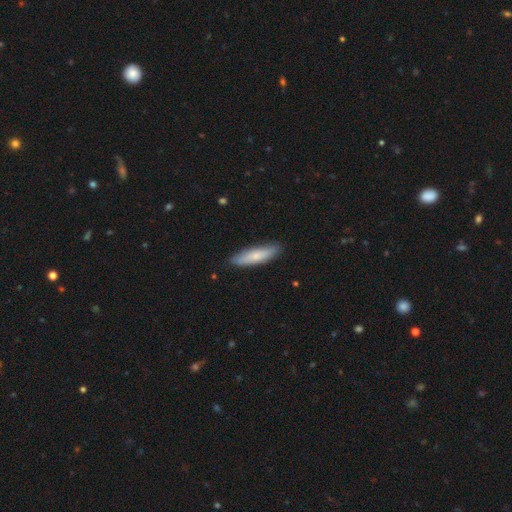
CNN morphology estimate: Smooth or featured? Predicted: smooth (p=0.72). How rounded? Predicted: cigar-shaped (p=0.74). Merging? Predicted: none (p=0.85).